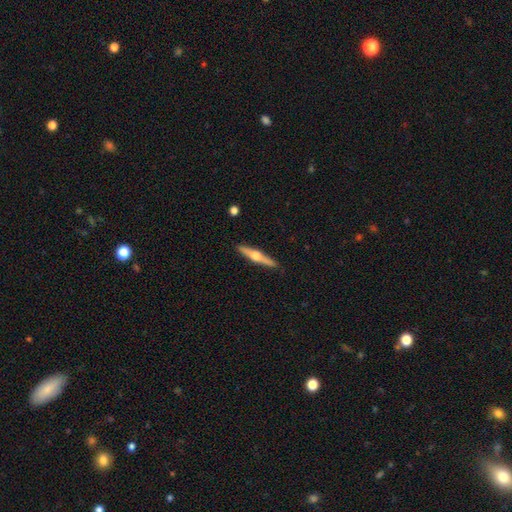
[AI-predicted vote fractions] smooth_or_featured: featured or disk (p=0.69) [alt: smooth p=0.26]
disk_edge_on: yes (p=0.97) [alt: no p=0.03]
edge_on_bulge: rounded (p=0.94) [alt: boxy p=0.04]
merging: none (p=0.90) [alt: minor disturbance p=0.07]